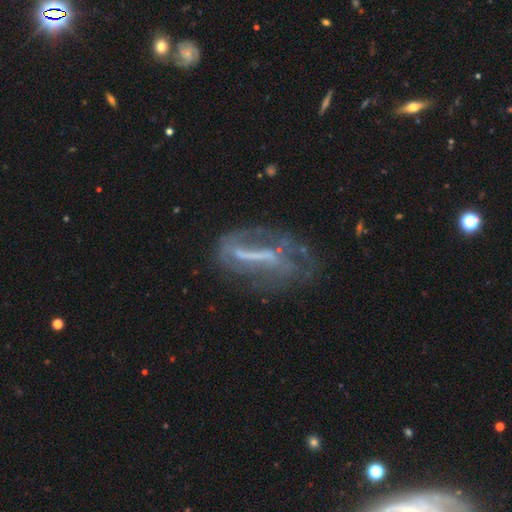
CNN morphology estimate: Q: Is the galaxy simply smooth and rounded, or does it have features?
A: featured or disk — 69%.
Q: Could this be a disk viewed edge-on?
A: no — 84%.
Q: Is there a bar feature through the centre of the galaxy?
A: strong — 55%.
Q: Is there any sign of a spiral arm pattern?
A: no — 53%.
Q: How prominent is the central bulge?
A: none — 49%.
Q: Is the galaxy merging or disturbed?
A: none — 43%.